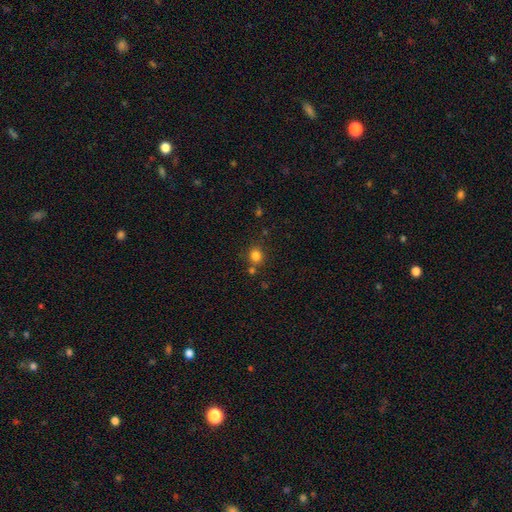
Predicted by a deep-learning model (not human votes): smooth 81%, star or artifact 13%, featured or disk 5%. Down the decision tree: how rounded — round (79%); merging — none (75%).